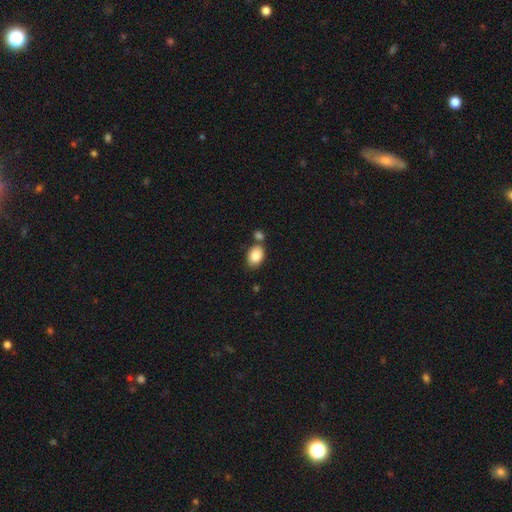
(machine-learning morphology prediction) The model was most divided on "merging": none: 62%, merger: 21%, minor disturbance: 14%, major disturbance: 4%. More confident: smooth or featured — smooth (86%); how rounded — in between (82%).